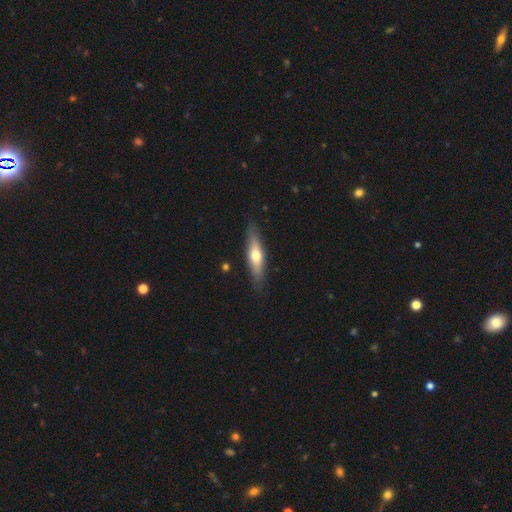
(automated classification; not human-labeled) Morphology: type=smooth (54%); roundness=cigar-shaped (68%); merging=none (85%).